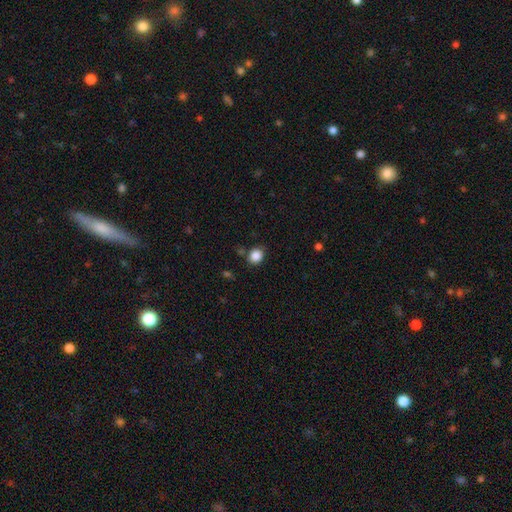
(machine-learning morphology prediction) Smooth or featured? Predicted: smooth (p=0.86). How rounded? Predicted: round (p=0.68). Merging? Predicted: none (p=0.80).